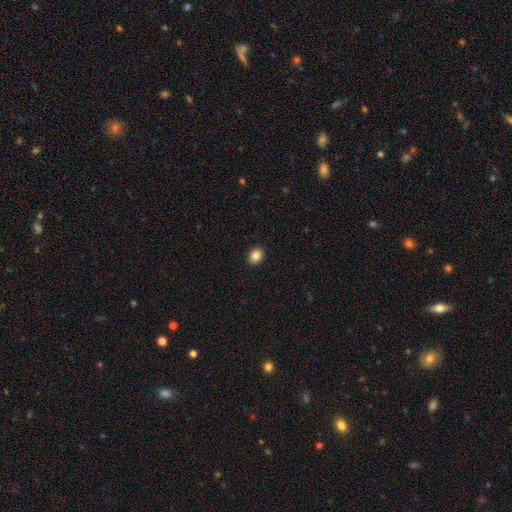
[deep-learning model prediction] Smooth or featured? smooth (86%)
How rounded? in between (55%)
Merging? none (91%)